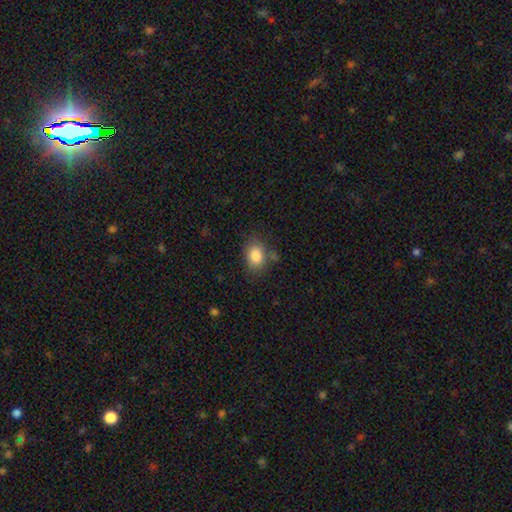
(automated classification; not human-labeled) Smooth or featured? smooth (85%)
How rounded? in between (72%)
Merging? none (71%)